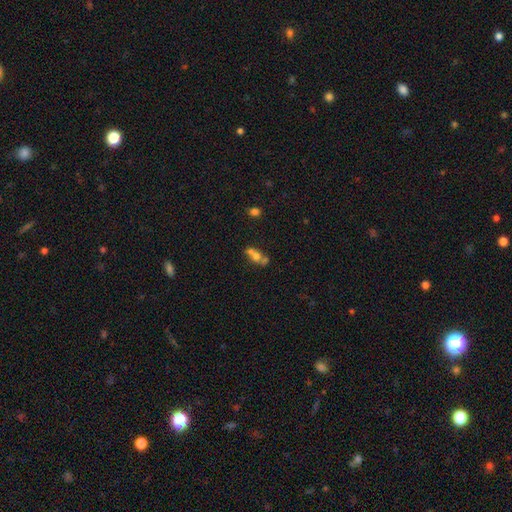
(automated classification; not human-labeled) smooth_or_featured: smooth (p=0.56) [alt: featured or disk p=0.31]
how_rounded: in between (p=0.58) [alt: round p=0.35]
merging: merger (p=0.54) [alt: none p=0.31]